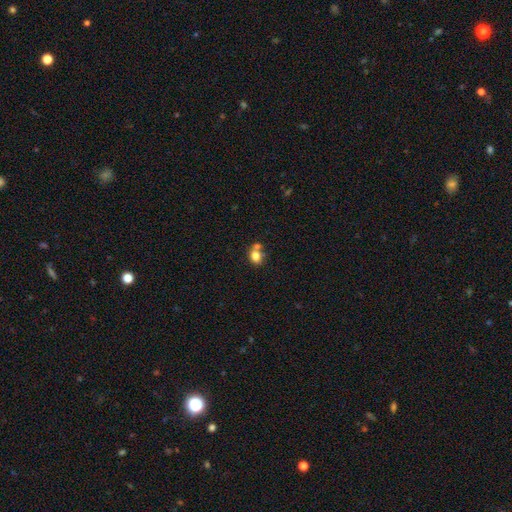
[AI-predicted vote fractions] Smooth or featured?
  - smooth: 78% *
  - featured or disk: 12%
  - star or artifact: 11%
How rounded?
  - in between: 50% *
  - round: 49%
  - cigar-shaped: 1%
Merging?
  - none: 43% *
  - merger: 38%
  - minor disturbance: 14%
  - major disturbance: 6%